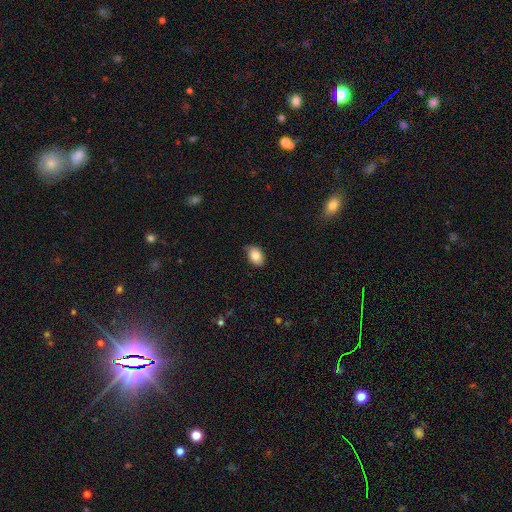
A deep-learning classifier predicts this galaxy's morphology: Smooth or featured: smooth — 85% (featured or disk — 8%)
How rounded: in between — 86% (round — 12%)
Merging: none — 80% (minor disturbance — 16%)